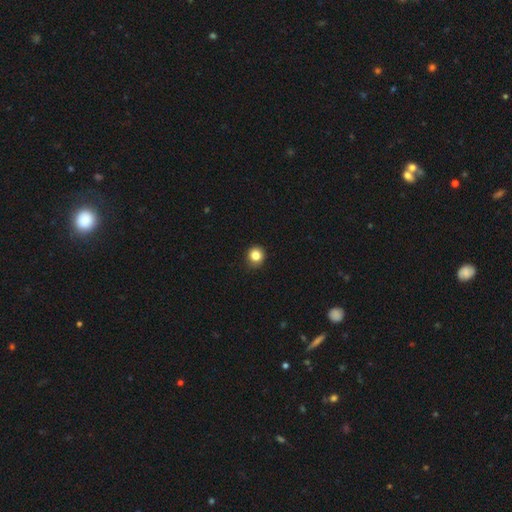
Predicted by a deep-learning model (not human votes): This is clearly a smooth galaxy (84%). How rounded: clearly round (90%). Merging: clearly none (87%).